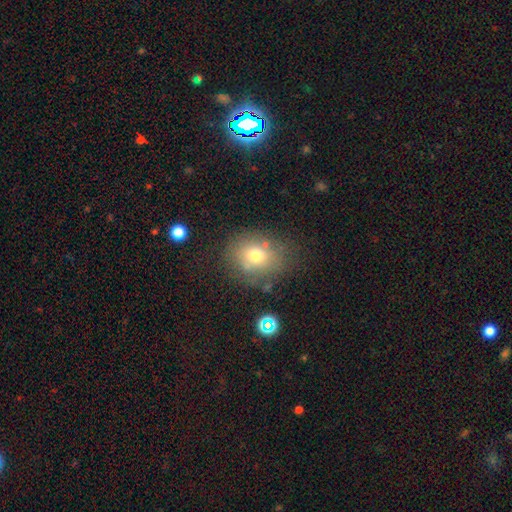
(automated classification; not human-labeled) smooth 69%, featured or disk 17%, star or artifact 14%. Down the decision tree: how rounded — round (55%); merging — none (69%).